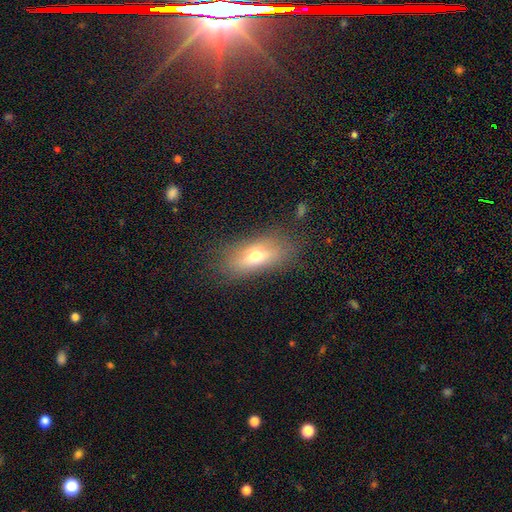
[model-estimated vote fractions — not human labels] Smooth or featured?
  - smooth: 57% *
  - featured or disk: 32%
  - star or artifact: 11%
How rounded?
  - in between: 70% *
  - cigar-shaped: 25%
  - round: 6%
Merging?
  - none: 77% *
  - minor disturbance: 14%
  - major disturbance: 6%
  - merger: 2%